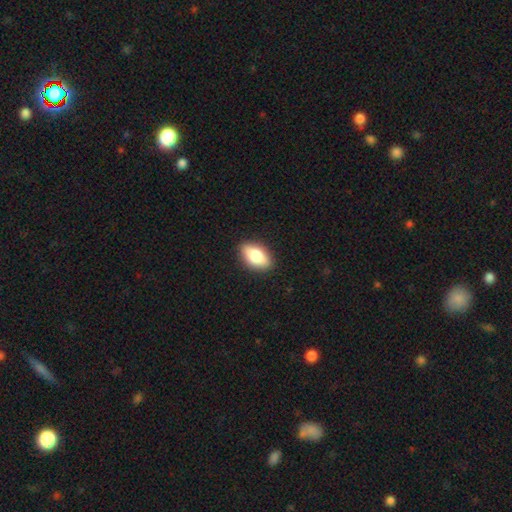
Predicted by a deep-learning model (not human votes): Q: Smooth or featured?
A: smooth (77%); runner-up: featured or disk (16%)
Q: How rounded?
A: in between (88%); runner-up: round (6%)
Q: Merging?
A: none (89%); runner-up: minor disturbance (8%)